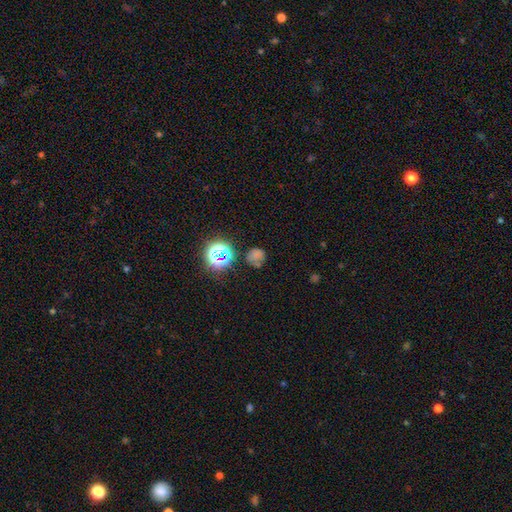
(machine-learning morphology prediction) Overall: smooth (63%; star or artifact 26%). How rounded: round (78%). Merging: none (60%; minor disturbance 20%).